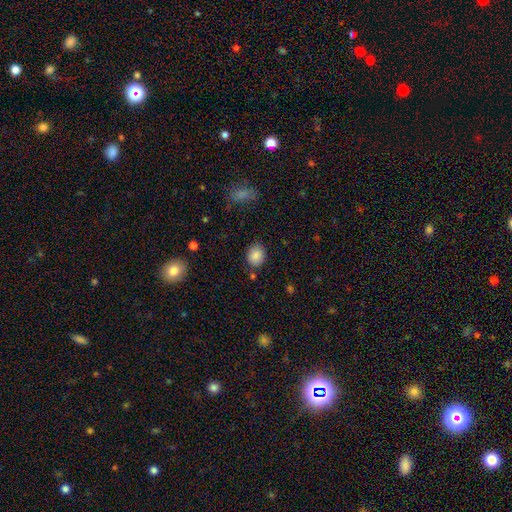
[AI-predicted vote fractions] A smooth galaxy with no disk features (87%) that is round (53%). Merging: none (80%).